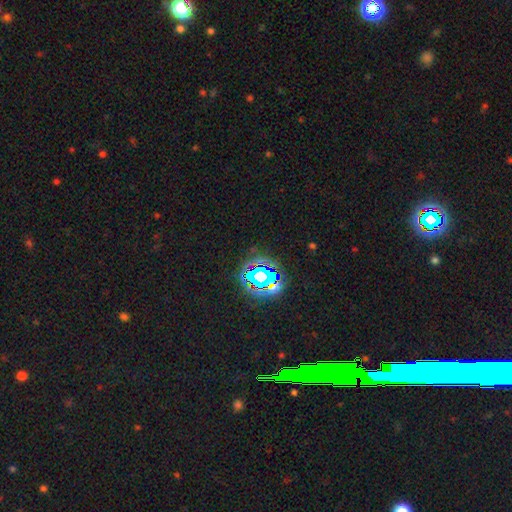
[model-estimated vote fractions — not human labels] Morphology: type=star or artifact (78%).